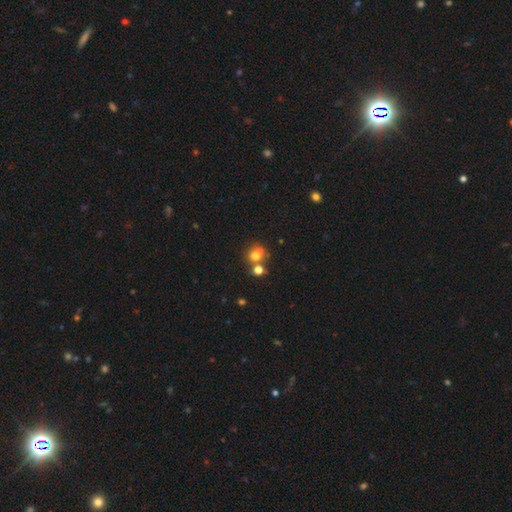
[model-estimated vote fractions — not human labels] Smooth or featured? smooth (70%)
How rounded? round (78%)
Merging? none (46%)